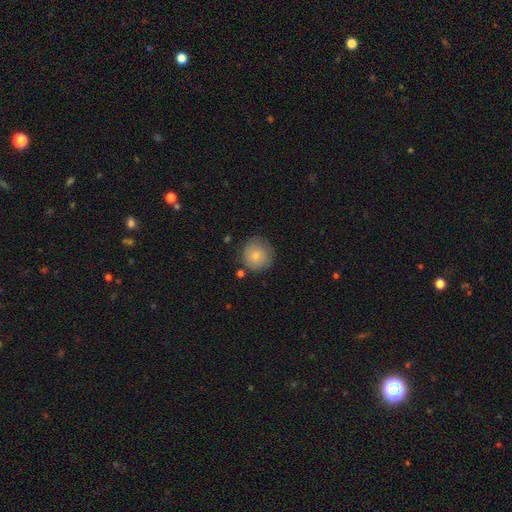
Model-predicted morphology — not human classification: Q: Smooth or featured?
A: smooth (79%); runner-up: featured or disk (14%)
Q: How rounded?
A: round (93%); runner-up: in between (6%)
Q: Merging?
A: none (77%); runner-up: minor disturbance (16%)